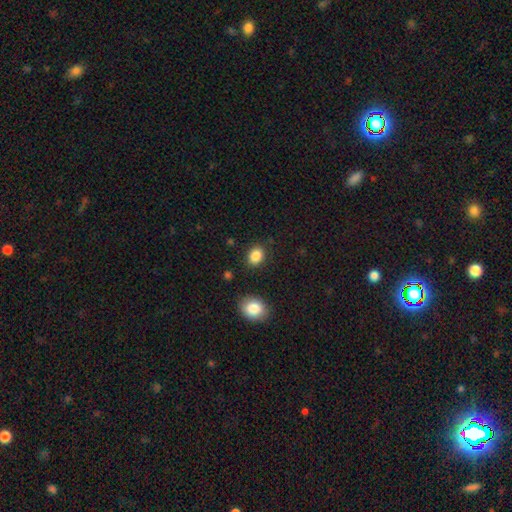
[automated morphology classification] Smooth or featured?
  - smooth: 87% *
  - star or artifact: 9%
  - featured or disk: 4%
How rounded?
  - in between: 62% *
  - round: 37%
  - cigar-shaped: 1%
Merging?
  - none: 85% *
  - minor disturbance: 10%
  - major disturbance: 3%
  - merger: 2%